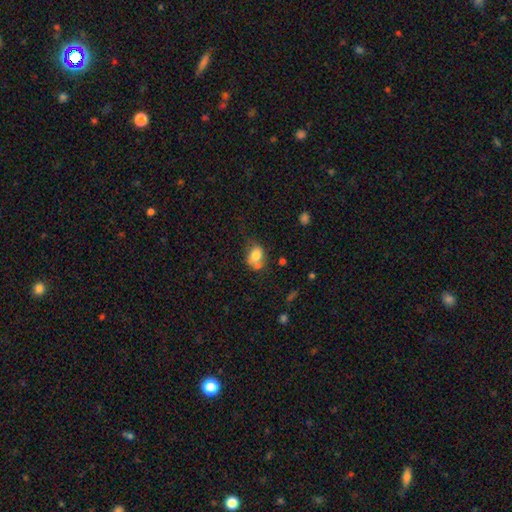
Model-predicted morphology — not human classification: smooth 74%, featured or disk 16%, star or artifact 10%. Down the decision tree: how rounded — in between (61%); merging — none (39%).